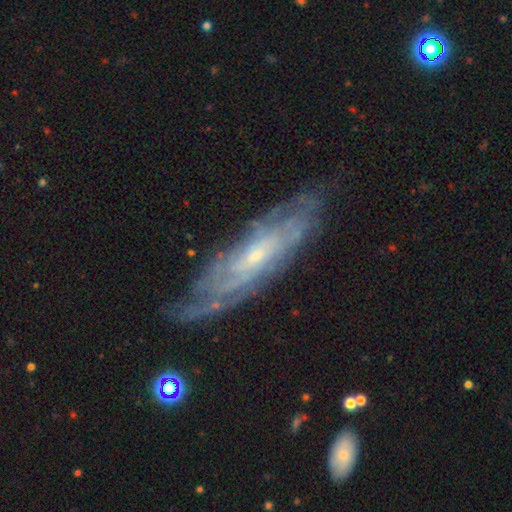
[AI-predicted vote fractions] smooth_or_featured: featured or disk (p=0.83) [alt: smooth p=0.11]
disk_edge_on: no (p=0.78) [alt: yes p=0.22]
bar: no (p=0.62) [alt: weak p=0.30]
has_spiral_arms: yes (p=0.93) [alt: no p=0.07]
spiral_winding: tight (p=0.72) [alt: medium p=0.23]
spiral_arm_count: can't tell (p=0.57) [alt: 2 p=0.12]
bulge_size: small (p=0.74) [alt: moderate p=0.21]
merging: none (p=0.75) [alt: minor disturbance p=0.18]